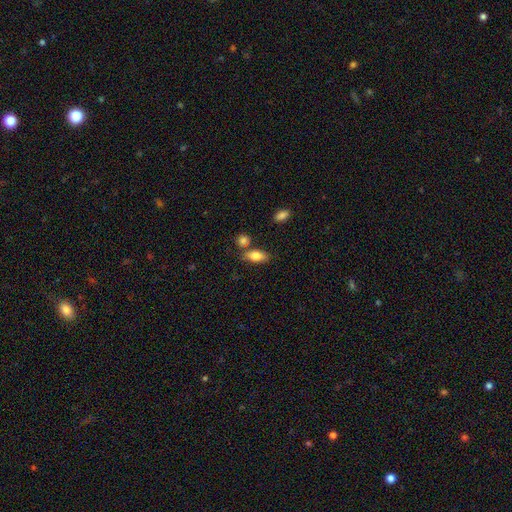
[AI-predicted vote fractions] Smooth or featured? Predicted: smooth (p=0.80). How rounded? Predicted: in between (p=0.83). Merging? Predicted: none (p=0.69).